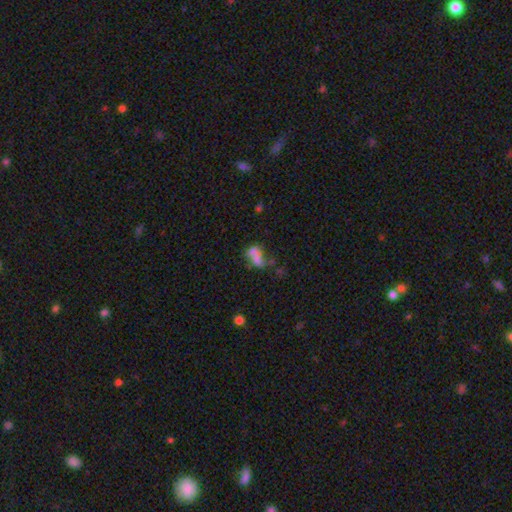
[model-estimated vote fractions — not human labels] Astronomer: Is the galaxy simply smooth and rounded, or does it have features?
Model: smooth — 54% (runner-up: featured or disk, 32%).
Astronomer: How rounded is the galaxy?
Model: in between — 77%.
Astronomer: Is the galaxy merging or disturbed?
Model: merger — 51%.